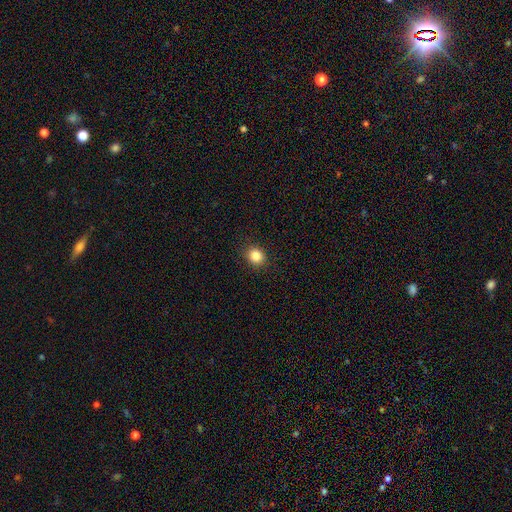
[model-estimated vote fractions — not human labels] Q: Smooth or featured?
A: smooth (85%); runner-up: star or artifact (11%)
Q: How rounded?
A: round (73%); runner-up: in between (26%)
Q: Merging?
A: none (91%); runner-up: minor disturbance (7%)